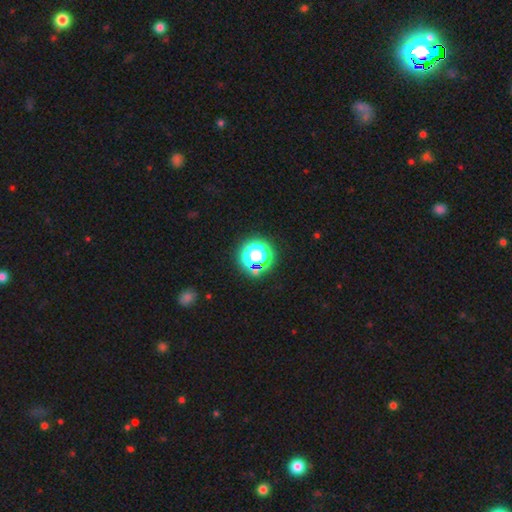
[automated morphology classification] type=star or artifact (46%).